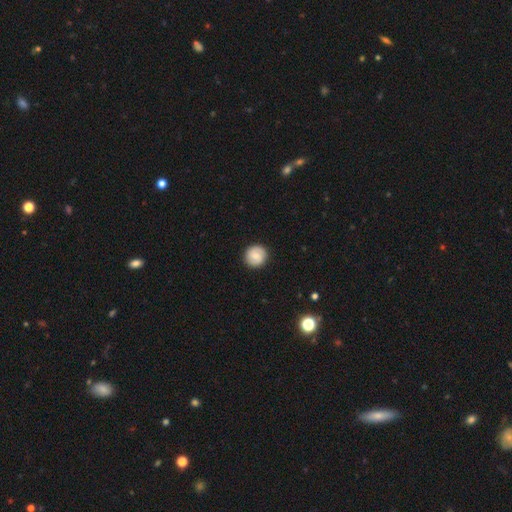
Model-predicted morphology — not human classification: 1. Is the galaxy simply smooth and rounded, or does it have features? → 70% smooth, 23% featured or disk, 7% star or artifact.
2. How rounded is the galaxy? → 92% round, 7% in between, 1% cigar-shaped.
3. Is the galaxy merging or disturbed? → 90% none, 7% minor disturbance, 2% major disturbance, 1% merger.